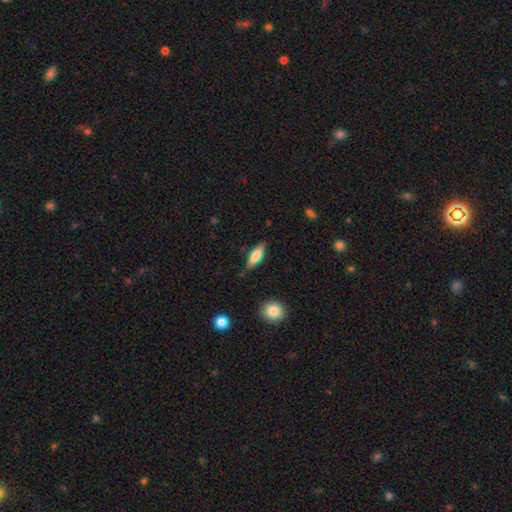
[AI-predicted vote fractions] Overall: smooth (70%). How rounded: in between (57%; cigar-shaped 41%). Merging: none (78%).